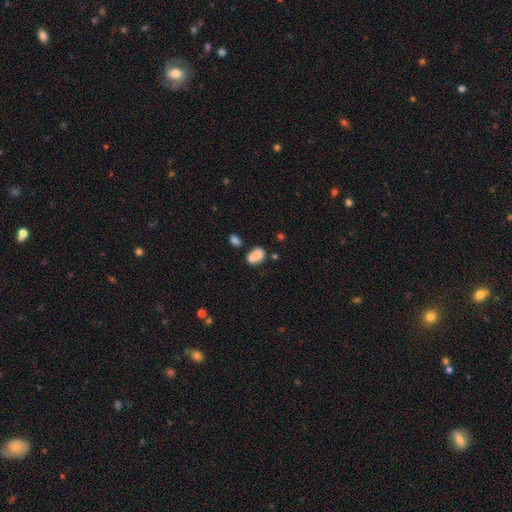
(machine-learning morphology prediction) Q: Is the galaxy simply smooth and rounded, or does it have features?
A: smooth — 84%.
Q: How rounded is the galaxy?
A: in between — 86%.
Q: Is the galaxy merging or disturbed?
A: none — 51%.